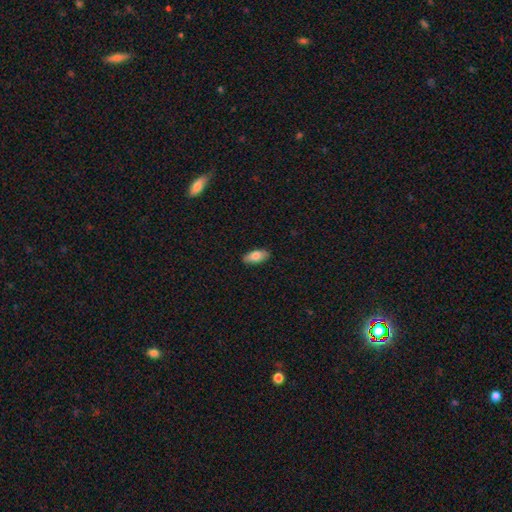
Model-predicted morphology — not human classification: The model was most divided on "smooth or featured": smooth: 82%, featured or disk: 12%, star or artifact: 6%. More confident: merging — none (88%); how rounded — in between (87%).